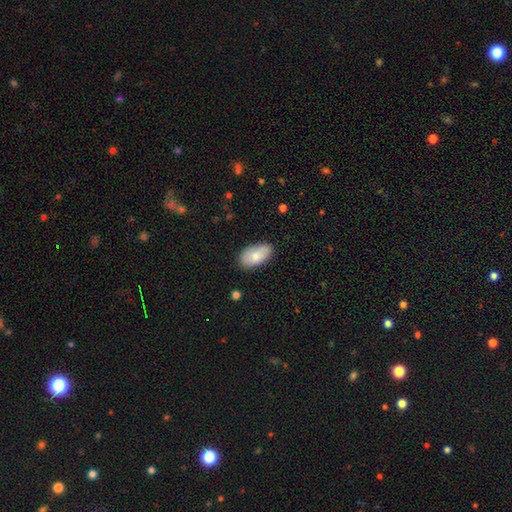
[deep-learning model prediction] A smooth galaxy with no disk features (81%) that is in between round and cigar-shaped (95%).

Vote fractions:
- Smooth or featured? smooth: 81% / featured or disk: 13% / star or artifact: 6%
- How rounded? in between: 95% / round: 3% / cigar-shaped: 2%
- Merging? none: 83% / minor disturbance: 14% / major disturbance: 3% / merger: 1%